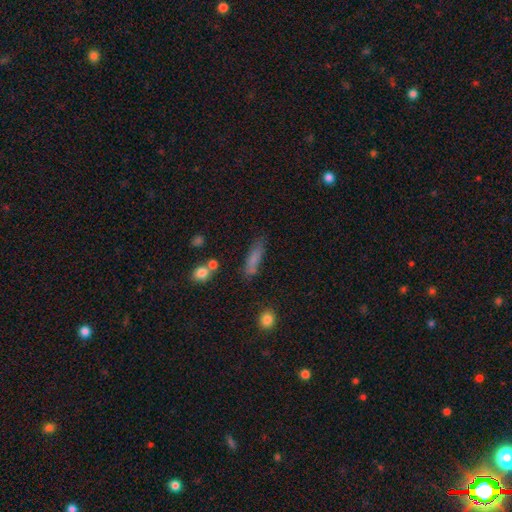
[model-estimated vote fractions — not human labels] smooth 71%, featured or disk 16%, star or artifact 13%. Down the decision tree: how rounded — cigar-shaped (70%); merging — none (72%).